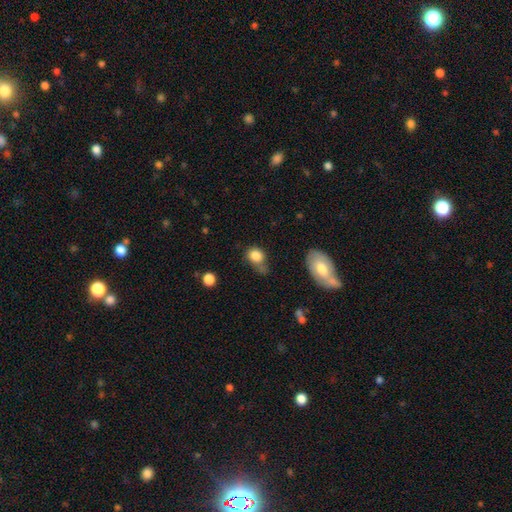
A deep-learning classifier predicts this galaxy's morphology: Smooth or featured?
  - smooth: 82% *
  - star or artifact: 9%
  - featured or disk: 9%
How rounded?
  - round: 51% *
  - in between: 47%
  - cigar-shaped: 2%
Merging?
  - none: 37% *
  - minor disturbance: 33%
  - major disturbance: 18%
  - merger: 12%